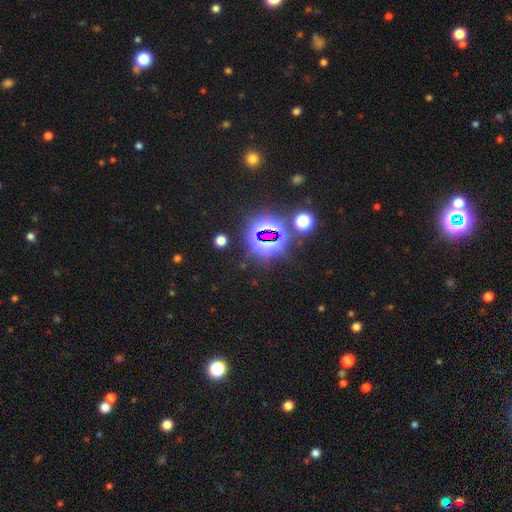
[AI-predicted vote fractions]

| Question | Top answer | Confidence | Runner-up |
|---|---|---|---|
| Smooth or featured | star or artifact | 81% | smooth (12%) |